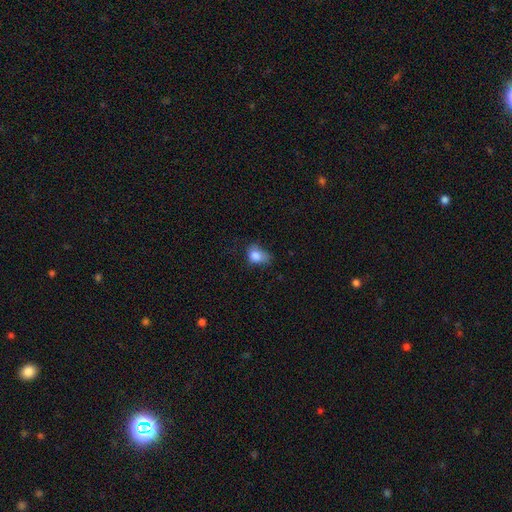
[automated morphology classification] Smooth or featured: smooth — 80% (featured or disk — 10%)
How rounded: in between — 61% (round — 38%)
Merging: minor disturbance — 39% (none — 33%)